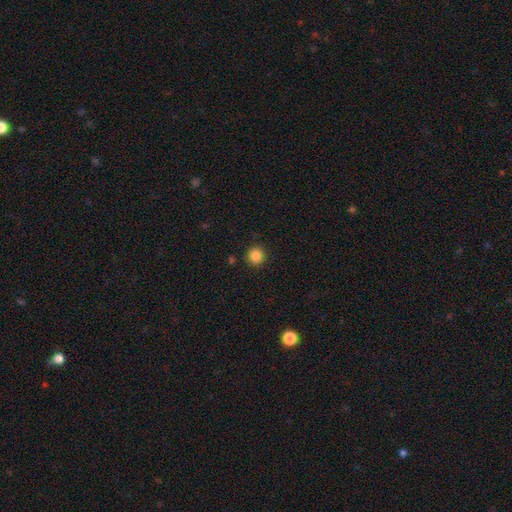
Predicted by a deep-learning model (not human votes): smooth_or_featured: smooth (p=0.85) [alt: star or artifact p=0.11]
how_rounded: round (p=0.94) [alt: in between p=0.06]
merging: none (p=0.91) [alt: minor disturbance p=0.06]